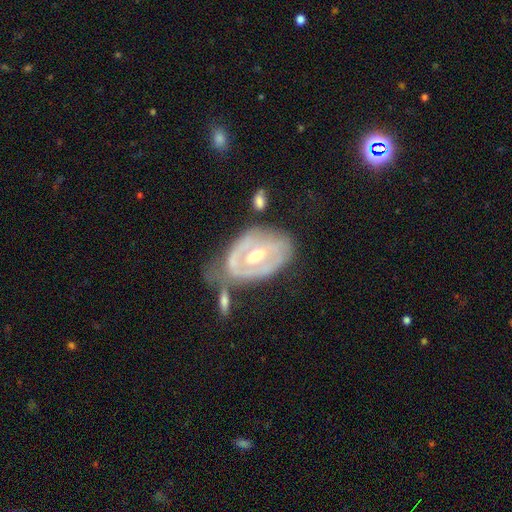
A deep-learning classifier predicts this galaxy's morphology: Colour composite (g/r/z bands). It shows a featured or disk galaxy (78%) with a weak bar (42%), spiral arms (59%) and a moderate central bulge (70%). Merging: none (38%).